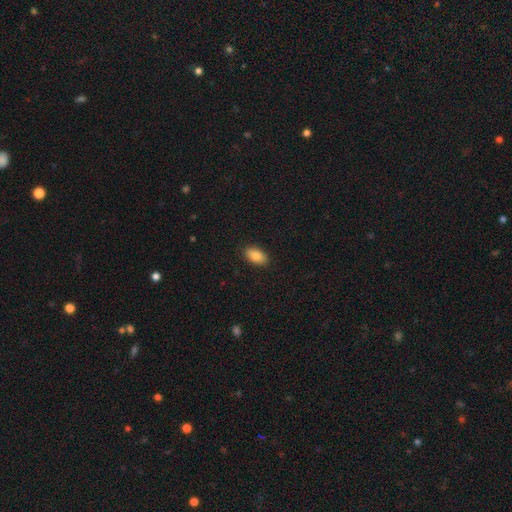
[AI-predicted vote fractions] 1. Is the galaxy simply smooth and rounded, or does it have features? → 87% smooth, 7% star or artifact, 6% featured or disk.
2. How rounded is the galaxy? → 93% in between, 4% round, 3% cigar-shaped.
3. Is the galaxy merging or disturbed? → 89% none, 8% minor disturbance, 2% major disturbance, 1% merger.